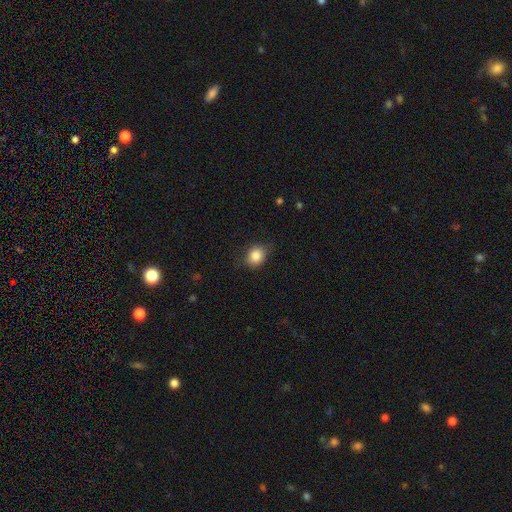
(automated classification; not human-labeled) smooth_or_featured: smooth (p=0.85) [alt: star or artifact p=0.09]
how_rounded: round (p=0.53) [alt: in between p=0.46]
merging: none (p=0.79) [alt: minor disturbance p=0.16]